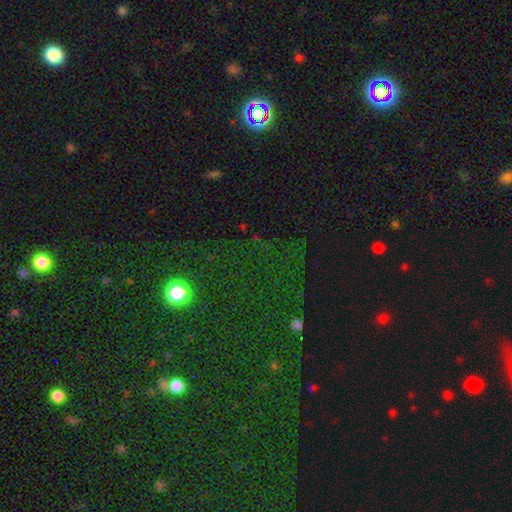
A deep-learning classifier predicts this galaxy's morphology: Smooth or featured?
  - star or artifact: 70% *
  - smooth: 21%
  - featured or disk: 9%